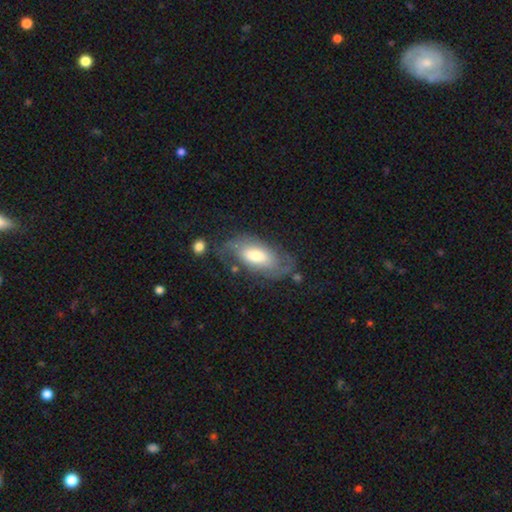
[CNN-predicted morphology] smooth-or-featured: featured or disk: 61% | smooth: 33% | star or artifact: 6%
  disk-edge-on: no: 91% | yes: 9%
    bar: no: 53% | weak: 35% | strong: 12%
    has-spiral-arms: yes: 83% | no: 17%
    bulge-size: moderate: 55% | large: 26% | small: 15% | dominant: 3% | none: 2%
  merging: none: 59% | minor disturbance: 22% | major disturbance: 15% | merger: 4%